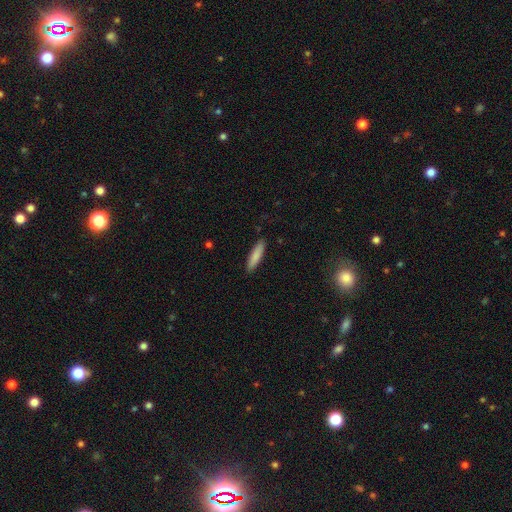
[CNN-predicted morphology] The model was most divided on "how rounded": cigar-shaped: 80%, in between: 19%, round: 1%. More confident: merging — none (89%); smooth or featured — smooth (85%).